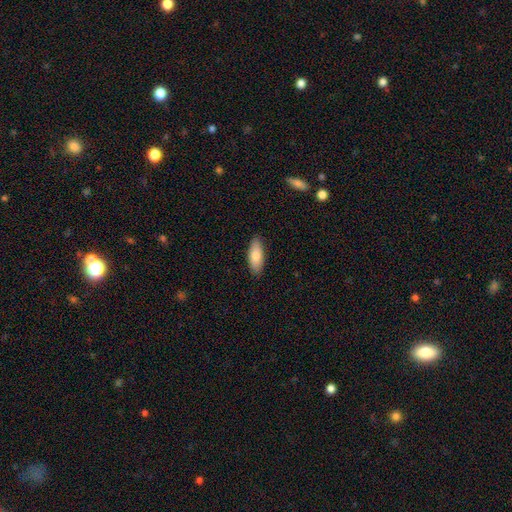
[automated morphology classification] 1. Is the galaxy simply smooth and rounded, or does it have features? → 84% smooth, 11% featured or disk, 6% star or artifact.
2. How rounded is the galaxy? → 77% in between, 21% cigar-shaped, 2% round.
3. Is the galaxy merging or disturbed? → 88% none, 9% minor disturbance, 2% major disturbance, 1% merger.